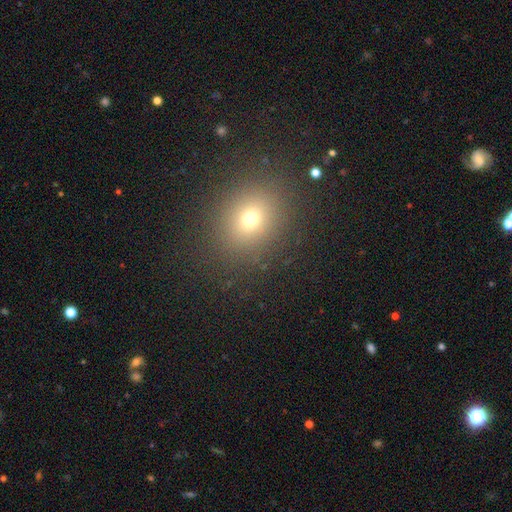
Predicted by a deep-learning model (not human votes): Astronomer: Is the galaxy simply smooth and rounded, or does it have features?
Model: smooth — 66%.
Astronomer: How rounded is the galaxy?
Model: round — 67%.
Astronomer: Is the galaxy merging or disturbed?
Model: none — 88%.